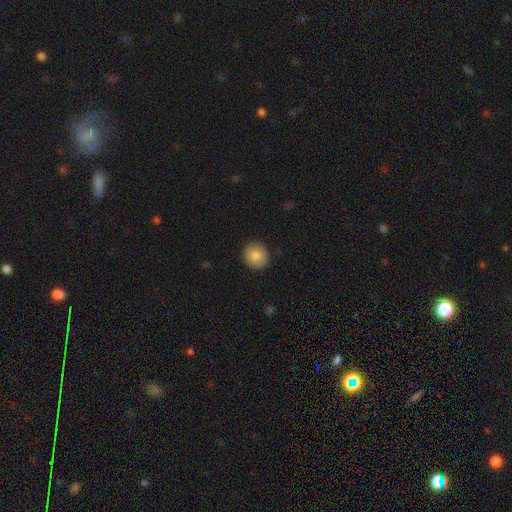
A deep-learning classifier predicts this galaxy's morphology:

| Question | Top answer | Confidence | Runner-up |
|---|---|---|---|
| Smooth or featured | smooth | 84% | featured or disk (9%) |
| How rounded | round | 90% | in between (9%) |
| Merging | none | 90% | minor disturbance (7%) |